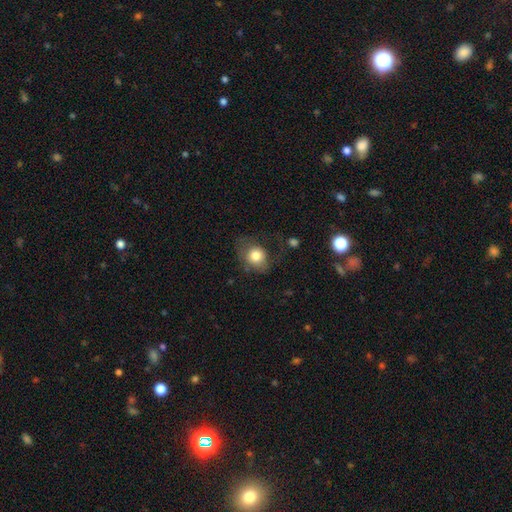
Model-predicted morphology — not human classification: Smooth or featured? Predicted: smooth (p=0.78). How rounded? Predicted: round (p=0.65). Merging? Predicted: none (p=0.50).